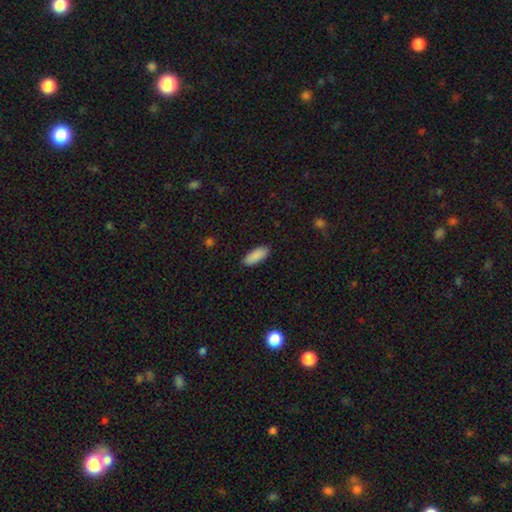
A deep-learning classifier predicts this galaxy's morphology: Smooth or featured: smooth — 90% (star or artifact — 6%)
How rounded: in between — 77% (cigar-shaped — 22%)
Merging: none — 89% (minor disturbance — 8%)